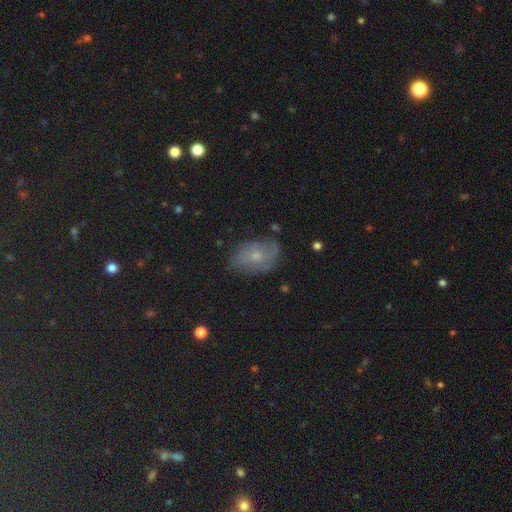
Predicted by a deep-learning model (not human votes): Smooth or featured: smooth — 46% (featured or disk — 40%)
Merging: none — 67% (minor disturbance — 23%)